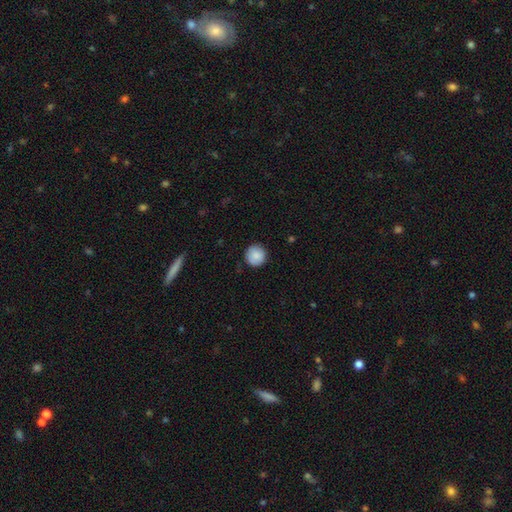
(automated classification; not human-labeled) smooth 86%, star or artifact 8%, featured or disk 6%. Down the decision tree: how rounded — round (95%); merging — none (87%).